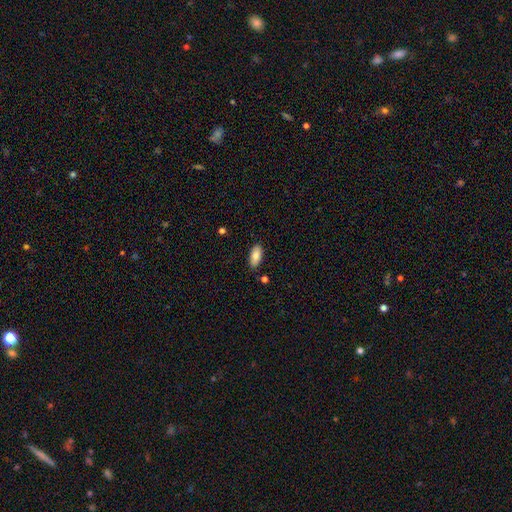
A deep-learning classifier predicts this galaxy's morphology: Smooth or featured? Predicted: smooth (p=0.84). How rounded? Predicted: in between (p=0.90). Merging? Predicted: none (p=0.84).